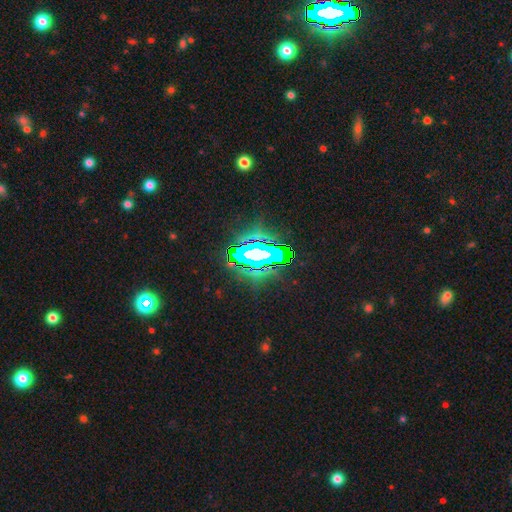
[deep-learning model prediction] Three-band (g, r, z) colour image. It shows a star or artifact, not a galaxy (69%).